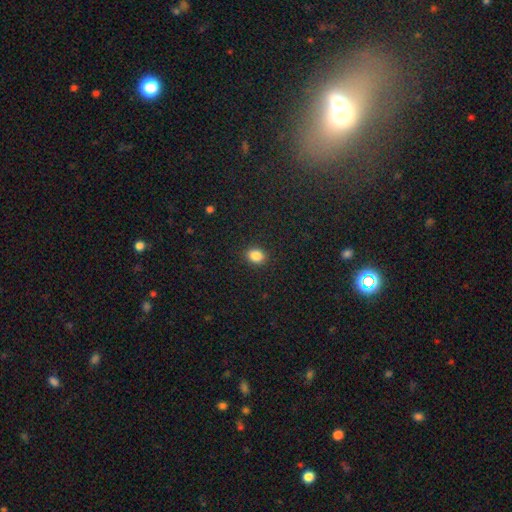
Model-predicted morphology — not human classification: The model was most divided on "how rounded": round: 55%, in between: 44%, cigar-shaped: 1%. More confident: merging — none (90%); smooth or featured — smooth (86%).